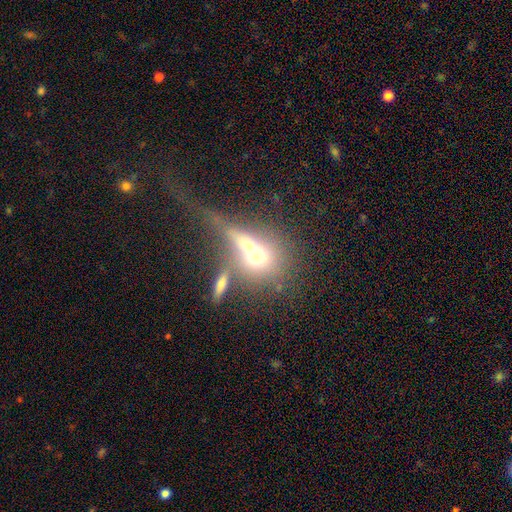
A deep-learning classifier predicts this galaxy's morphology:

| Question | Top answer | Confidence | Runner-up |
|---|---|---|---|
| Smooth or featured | smooth | 43% | featured or disk (40%) |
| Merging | merger | 47% | none (23%) |